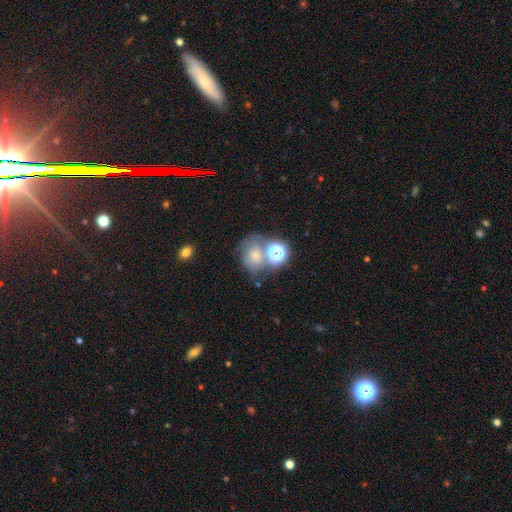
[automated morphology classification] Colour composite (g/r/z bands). It shows a smooth galaxy with no disk features (62%) that is round (59%). Merging: none (43%).